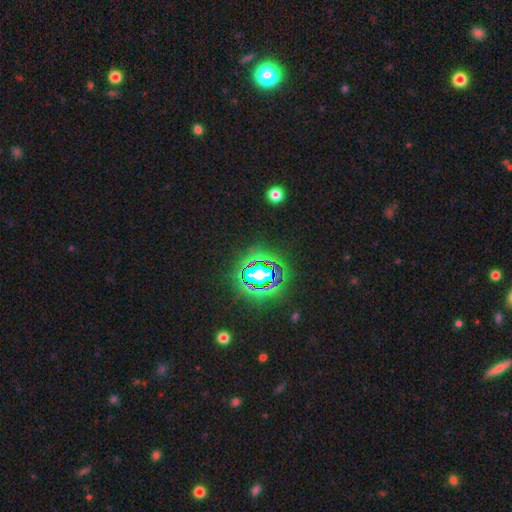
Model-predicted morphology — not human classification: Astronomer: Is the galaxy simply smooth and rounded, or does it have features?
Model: star or artifact — 79%.